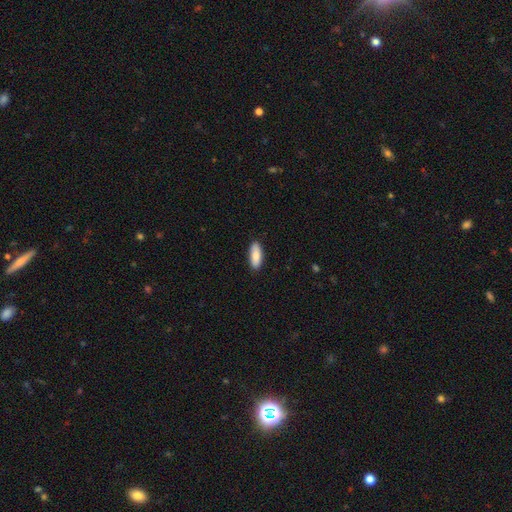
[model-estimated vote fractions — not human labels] The model was most divided on "how rounded": in between: 73%, cigar-shaped: 25%, round: 2%. More confident: merging — none (89%); smooth or featured — smooth (87%).